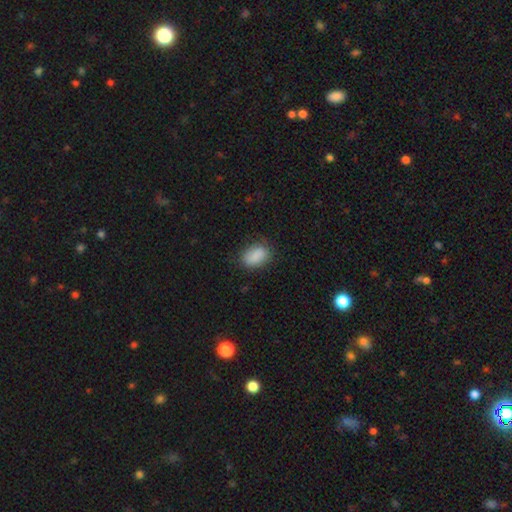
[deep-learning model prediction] Overall: smooth (87%). How rounded: in between (86%). Merging: none (74%).